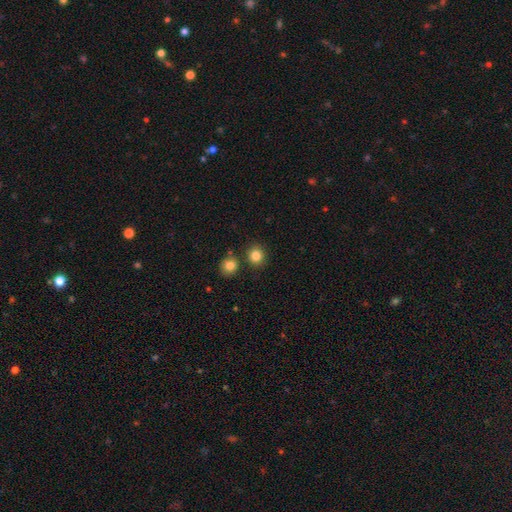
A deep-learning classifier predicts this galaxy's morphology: smooth_or_featured: smooth (p=0.83) [alt: star or artifact p=0.12]
how_rounded: round (p=0.86) [alt: in between p=0.13]
merging: none (p=0.82) [alt: merger p=0.09]